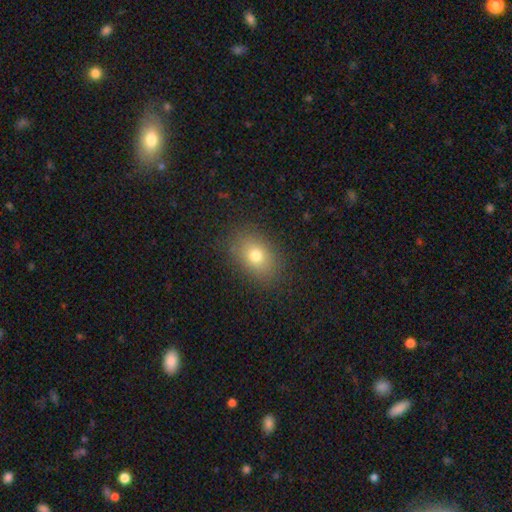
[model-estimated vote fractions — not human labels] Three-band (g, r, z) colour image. It shows a smooth galaxy with no disk features (76%) that is in between round and cigar-shaped (74%). Merging: none (86%).